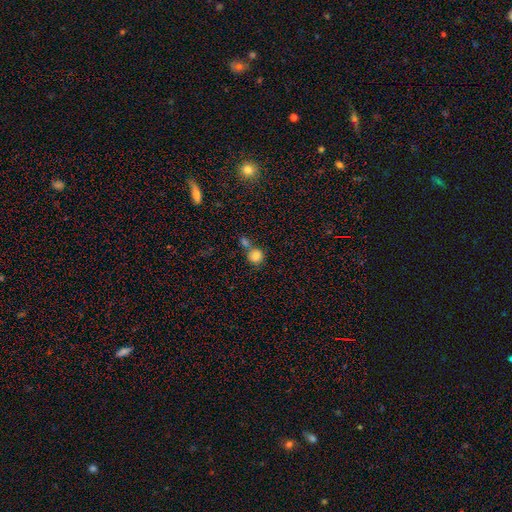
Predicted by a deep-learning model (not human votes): smooth_or_featured: smooth (p=0.82) [alt: star or artifact p=0.10]
how_rounded: round (p=0.90) [alt: in between p=0.09]
merging: none (p=0.54) [alt: merger p=0.33]